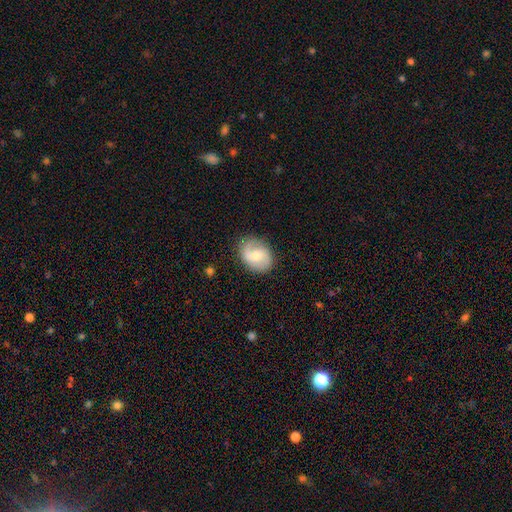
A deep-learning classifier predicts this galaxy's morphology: A featured or disk galaxy (57%) with no bar (51%), spiral arms (89%) and a moderate central bulge (50%). Merging: none (78%).